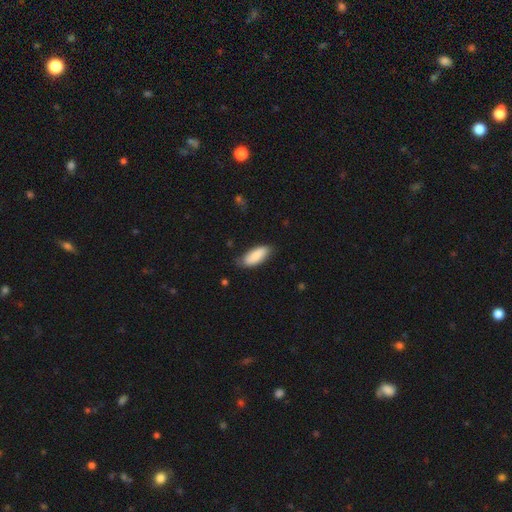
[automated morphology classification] Smooth or featured? Predicted: smooth (p=0.86). How rounded? Predicted: in between (p=0.81). Merging? Predicted: none (p=0.75).